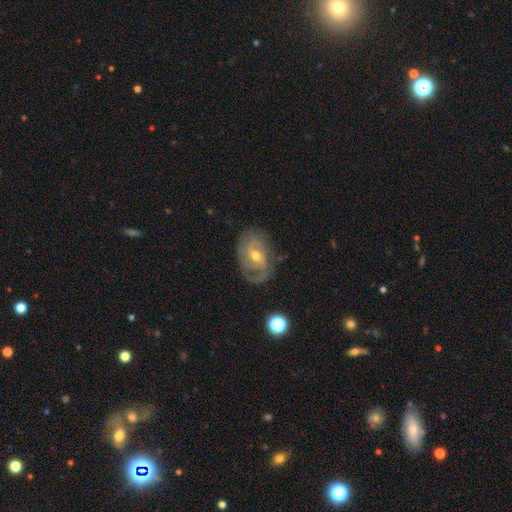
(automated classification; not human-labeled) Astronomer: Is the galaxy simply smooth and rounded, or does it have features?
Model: featured or disk — 82%.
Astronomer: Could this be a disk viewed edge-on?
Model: no — 96%.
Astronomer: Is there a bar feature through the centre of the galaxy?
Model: no — 48% (runner-up: weak, 41%).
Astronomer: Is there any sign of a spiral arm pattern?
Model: yes — 92%.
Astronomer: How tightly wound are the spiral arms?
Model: tight — 53% (runner-up: medium, 35%).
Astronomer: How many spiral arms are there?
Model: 2 — 46% (runner-up: can't tell, 25%).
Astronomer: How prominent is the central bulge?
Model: moderate — 62%.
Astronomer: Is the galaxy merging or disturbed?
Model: none — 69%.